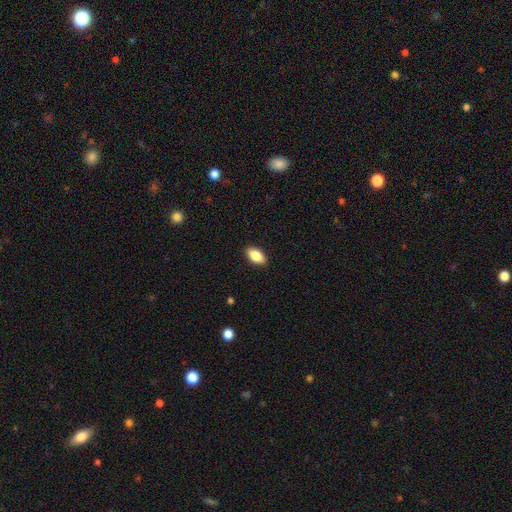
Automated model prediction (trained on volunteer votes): Overall: smooth (85%). How rounded: in between (92%). Merging: none (89%).